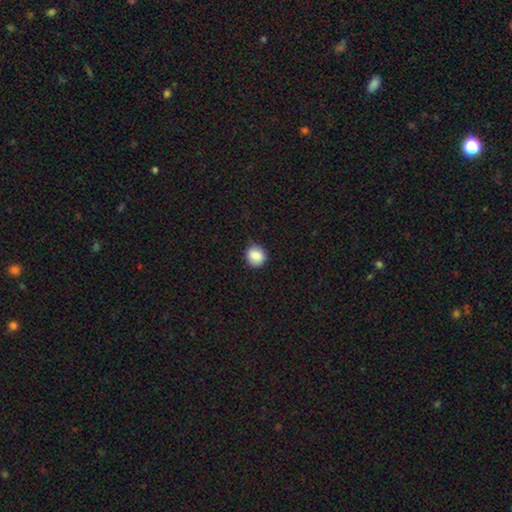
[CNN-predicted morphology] smooth_or_featured: smooth (p=0.86) [alt: star or artifact p=0.09]
how_rounded: round (p=0.86) [alt: in between p=0.13]
merging: none (p=0.83) [alt: minor disturbance p=0.14]